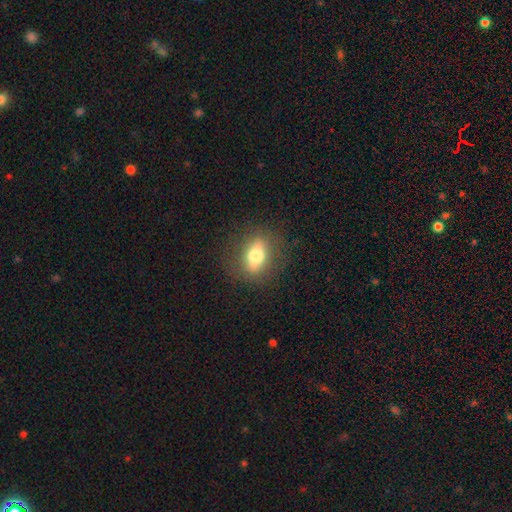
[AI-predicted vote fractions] This is possibly a smooth galaxy (59%). How rounded: likely in between (66%). Merging: clearly none (84%).